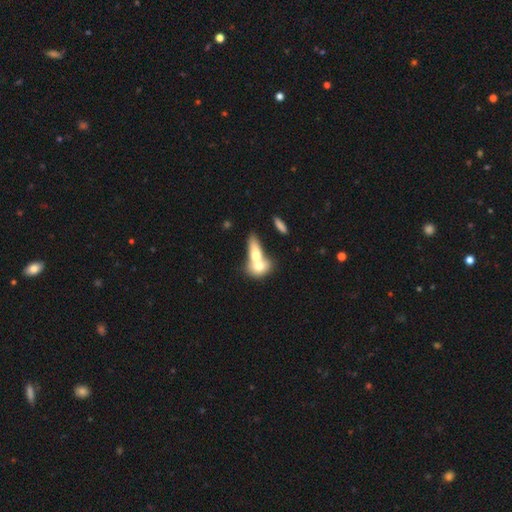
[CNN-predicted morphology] This is likely a smooth galaxy (66%). How rounded: likely in between (67%). Merging: likely merger (77%).